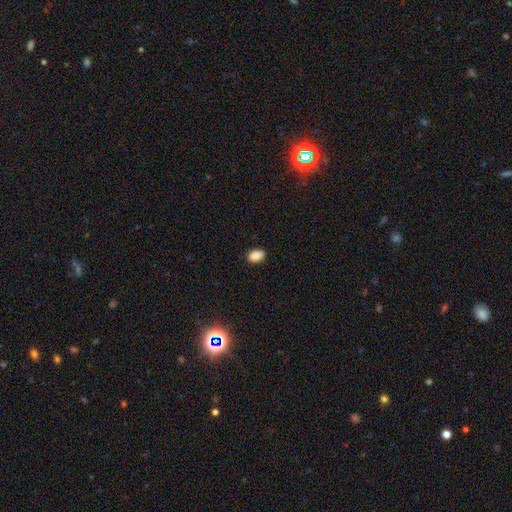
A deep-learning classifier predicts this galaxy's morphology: A smooth galaxy with no disk features (89%) that is in between round and cigar-shaped (85%). Merging: none (87%).